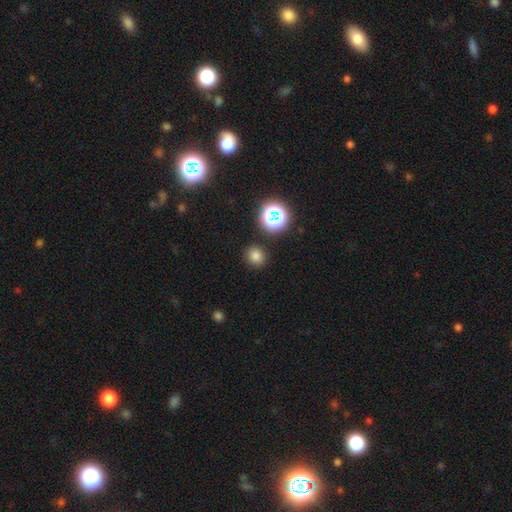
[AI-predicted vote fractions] smooth-or-featured: smooth: 78% | star or artifact: 17% | featured or disk: 5%
  how-rounded: round: 86% | in between: 13% | cigar-shaped: 1%
  merging: none: 88% | minor disturbance: 7% | merger: 3% | major disturbance: 2%